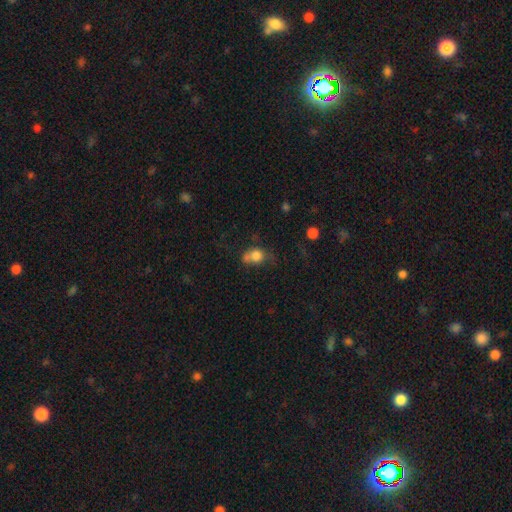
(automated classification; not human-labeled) Overall: smooth (77%). How rounded: round (63%; in between 35%). Merging: none (36%; merger 27%).